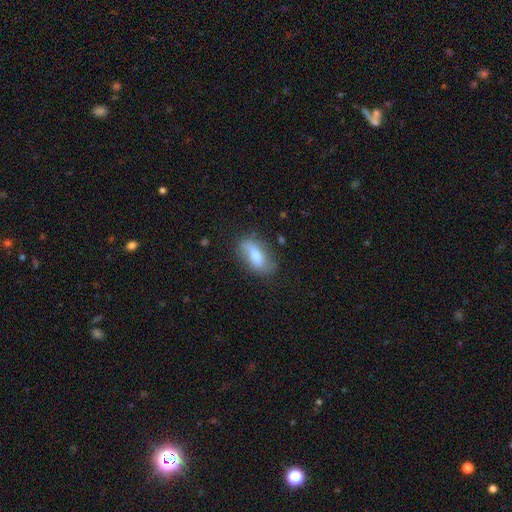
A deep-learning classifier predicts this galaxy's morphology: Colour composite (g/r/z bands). It shows a smooth galaxy with no disk features (62%) that is in between round and cigar-shaped (83%). Merging: none (74%).